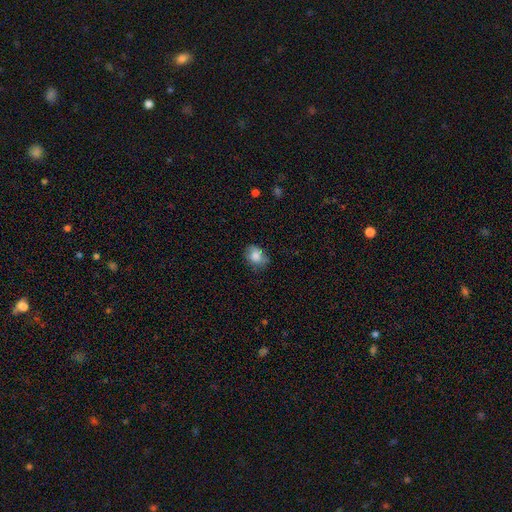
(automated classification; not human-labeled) This appears to be a smooth galaxy with no disk features (80%) that is in between round and cigar-shaped (60%). Merging: none (68%).